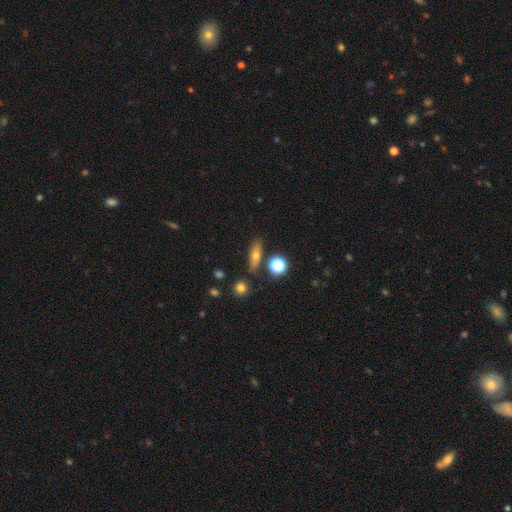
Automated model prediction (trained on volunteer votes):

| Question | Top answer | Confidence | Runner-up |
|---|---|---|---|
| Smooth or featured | smooth | 61% | featured or disk (26%) |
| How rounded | in between | 46% | cigar-shaped (42%) |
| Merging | none | 78% | minor disturbance (12%) |